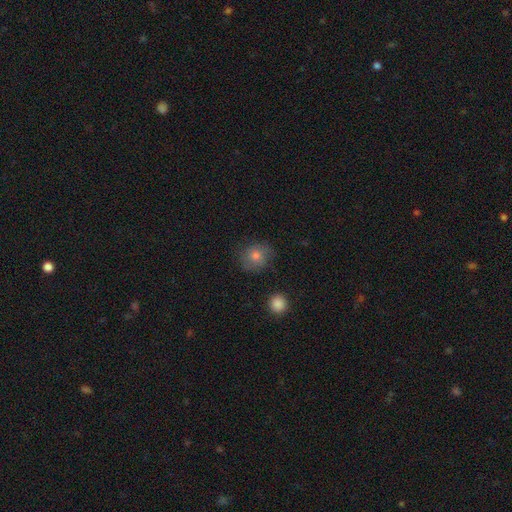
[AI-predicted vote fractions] Q: Smooth or featured?
A: smooth (69%); runner-up: featured or disk (17%)
Q: How rounded?
A: round (80%); runner-up: in between (18%)
Q: Merging?
A: none (78%); runner-up: minor disturbance (16%)